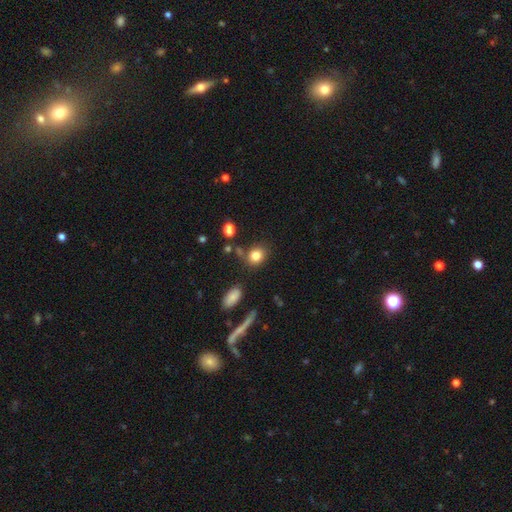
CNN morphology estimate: The model was most divided on "how rounded": round: 71%, in between: 27%, cigar-shaped: 1%. More confident: smooth or featured — smooth (82%); merging — none (72%).